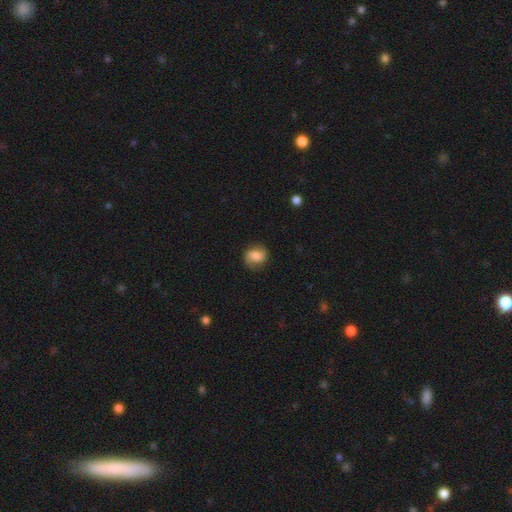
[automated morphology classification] smooth-or-featured: smooth: 50% | featured or disk: 41% | star or artifact: 9%
  how-rounded: round: 68% | in between: 31% | cigar-shaped: 1%
  merging: none: 78% | minor disturbance: 15% | major disturbance: 5% | merger: 1%